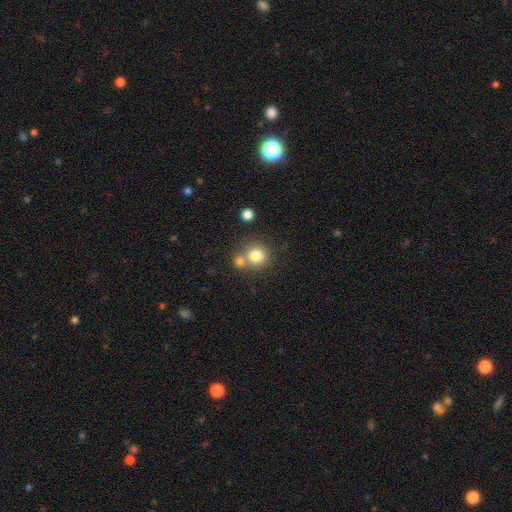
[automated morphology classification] smooth_or_featured: smooth (p=0.79) [alt: star or artifact p=0.11]
how_rounded: round (p=0.88) [alt: in between p=0.11]
merging: none (p=0.57) [alt: merger p=0.32]